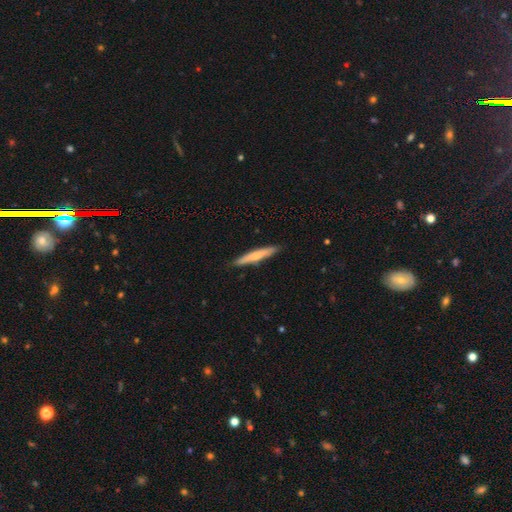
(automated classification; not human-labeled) This is possibly a smooth galaxy (57%). How rounded: clearly cigar-shaped (94%). Merging: clearly none (88%).